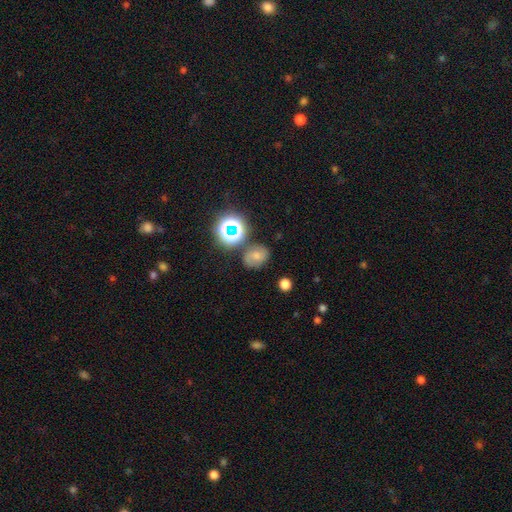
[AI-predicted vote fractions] Overall: smooth (50%; featured or disk 29%). How rounded: in between (51%; round 48%). Merging: none (68%).